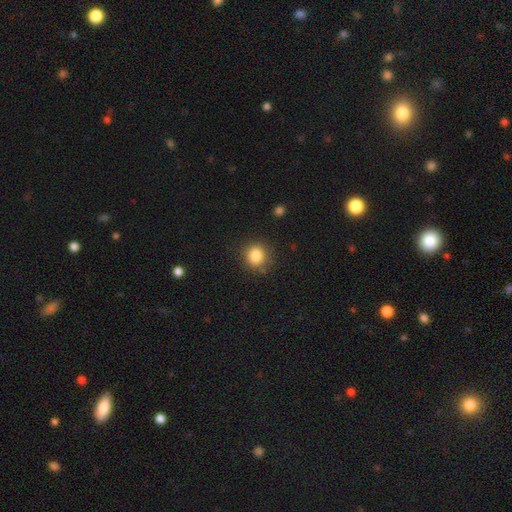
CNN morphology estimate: smooth 84%, star or artifact 11%, featured or disk 5%. Down the decision tree: how rounded — round (85%); merging — none (84%).